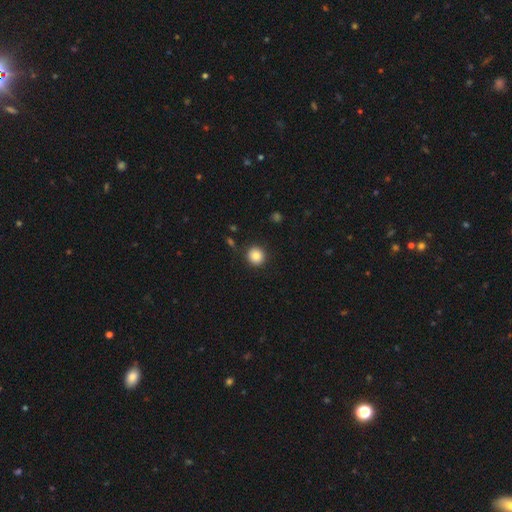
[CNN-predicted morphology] A smooth galaxy with no disk features (85%) that is round (92%). Merging: none (90%).